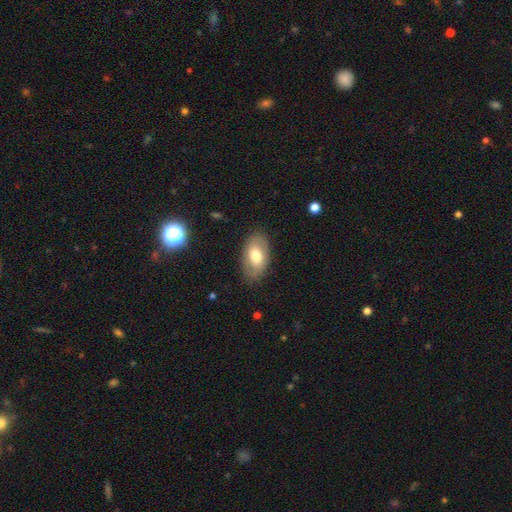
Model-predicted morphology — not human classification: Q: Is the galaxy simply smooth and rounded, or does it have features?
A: smooth — 68%.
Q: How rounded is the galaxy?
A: in between — 93%.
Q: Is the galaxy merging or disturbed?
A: none — 82%.